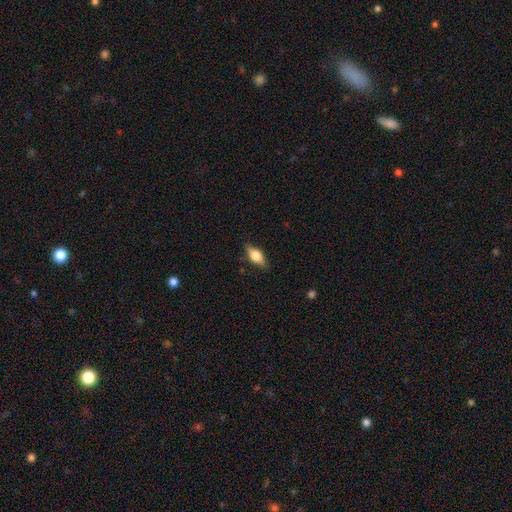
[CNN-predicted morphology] This appears to be a smooth galaxy with no disk features (60%) that is in between round and cigar-shaped (77%). Merging: none (81%).